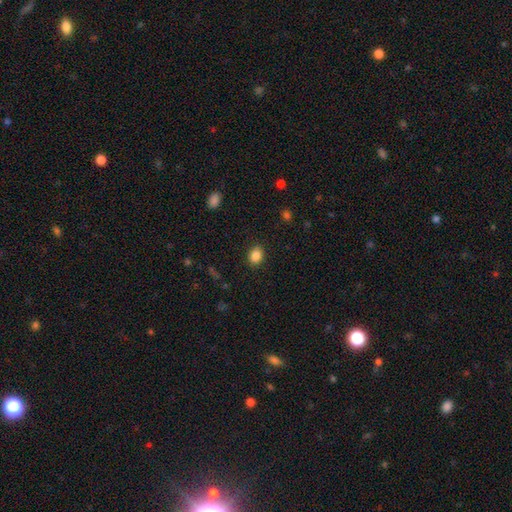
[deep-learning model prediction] Morphology: type=smooth (86%); roundness=in between (60%); merging=none (87%).